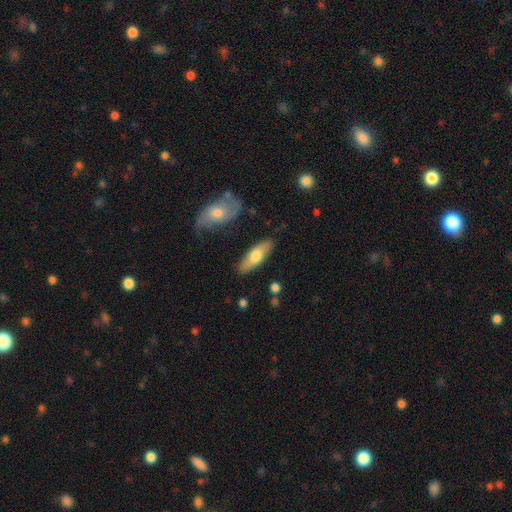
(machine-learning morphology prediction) Q: Smooth or featured?
A: smooth (66%); runner-up: featured or disk (29%)
Q: How rounded?
A: in between (59%); runner-up: cigar-shaped (39%)
Q: Merging?
A: none (84%); runner-up: minor disturbance (10%)